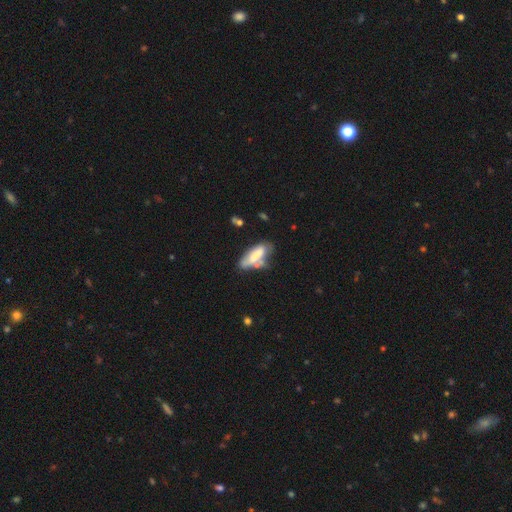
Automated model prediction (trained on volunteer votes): This appears to be a smooth galaxy with no disk features (63%) that is in between round and cigar-shaped (57%). Merging: none (39%).